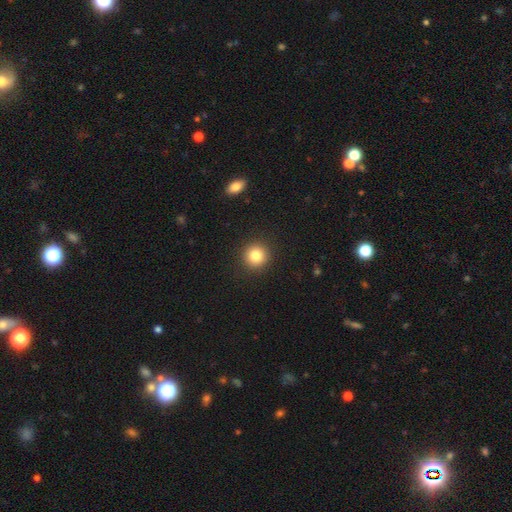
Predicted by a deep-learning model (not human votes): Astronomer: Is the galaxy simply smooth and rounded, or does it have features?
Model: smooth — 83%.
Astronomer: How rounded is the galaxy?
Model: round — 93%.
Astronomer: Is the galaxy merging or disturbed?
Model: none — 92%.